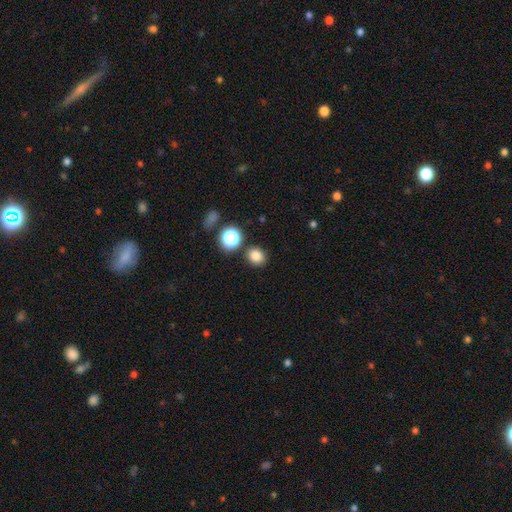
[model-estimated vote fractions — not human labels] This appears to be a smooth galaxy with no disk features (82%) that is round (76%). Merging: none (83%).